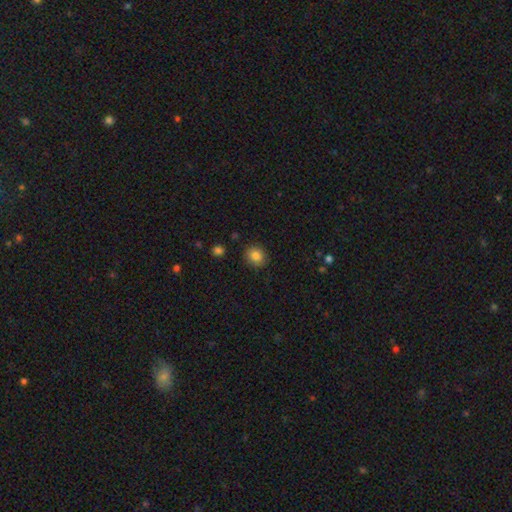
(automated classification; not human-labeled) smooth_or_featured: smooth (p=0.83) [alt: star or artifact p=0.10]
how_rounded: round (p=0.81) [alt: in between p=0.18]
merging: none (p=0.89) [alt: minor disturbance p=0.07]